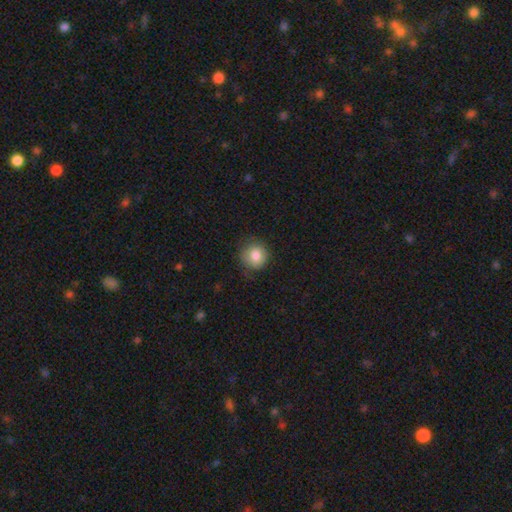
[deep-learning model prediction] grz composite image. It shows a smooth galaxy with no disk features (82%) that is round (90%). Merging: none (76%).